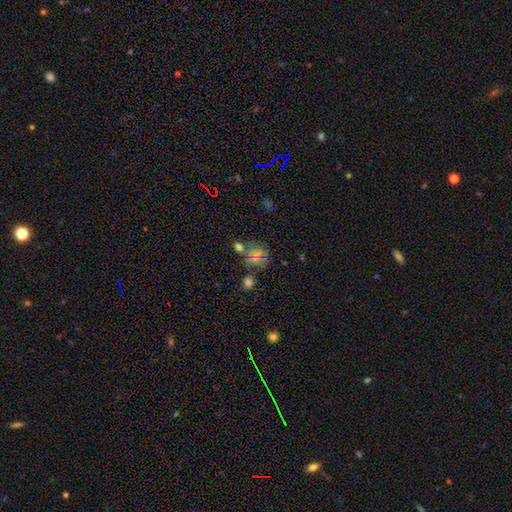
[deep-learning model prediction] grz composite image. It shows a smooth galaxy with no disk features (60%) that is round (74%). Merging: none (55%).